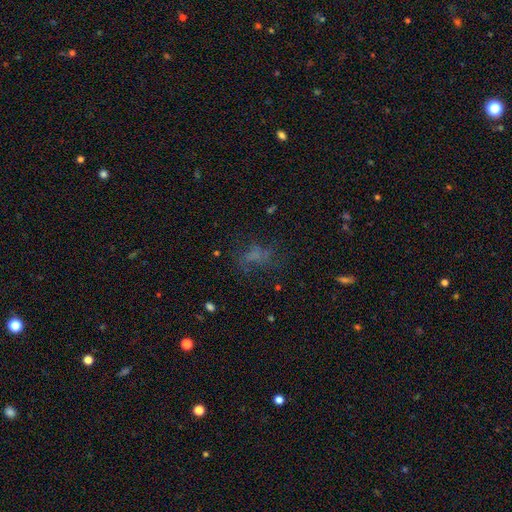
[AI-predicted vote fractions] A smooth galaxy with no disk features (48%).

Vote fractions:
- Smooth or featured? smooth: 48% / star or artifact: 28% / featured or disk: 25%
- Merging? none: 52% / major disturbance: 26% / minor disturbance: 19% / merger: 3%